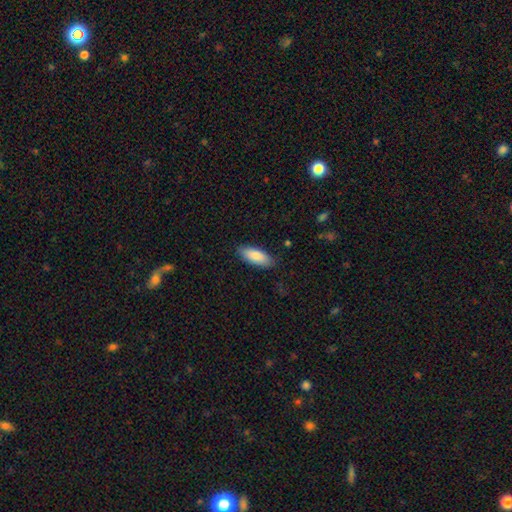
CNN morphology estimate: Smooth or featured? Predicted: smooth (p=0.87). How rounded? Predicted: in between (p=0.79). Merging? Predicted: none (p=0.85).